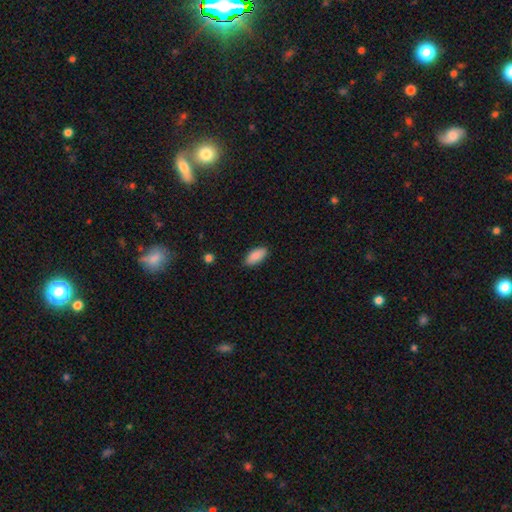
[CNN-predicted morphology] Smooth or featured? smooth (89%)
How rounded? in between (91%)
Merging? none (87%)